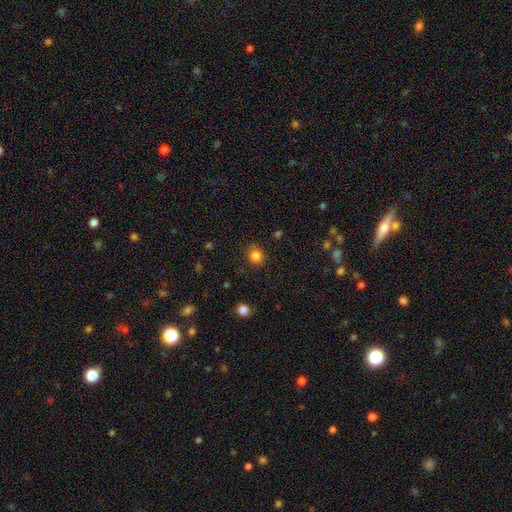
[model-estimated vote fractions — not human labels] Overall: smooth (83%). How rounded: round (84%). Merging: none (83%).